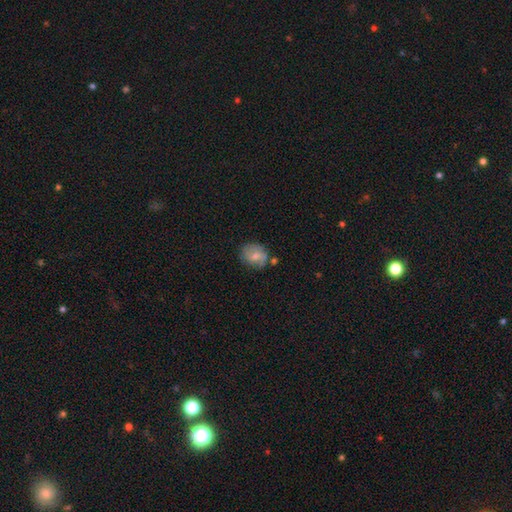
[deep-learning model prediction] The model was most divided on "how rounded": round: 55%, in between: 44%, cigar-shaped: 1%. More confident: smooth or featured — smooth (66%); merging — none (62%).